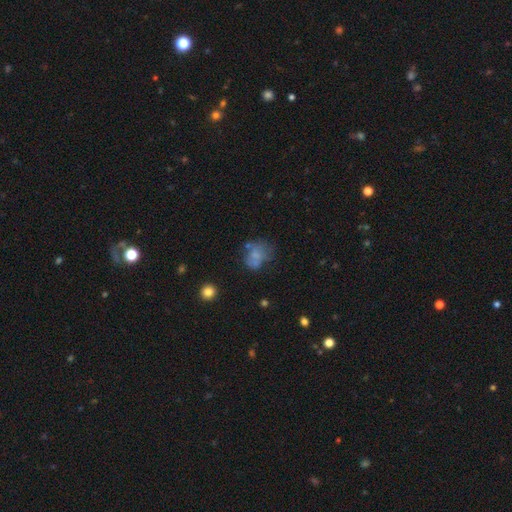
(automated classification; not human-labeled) This is possibly a smooth galaxy (53%). How rounded: possibly in between (52%). Merging: marginally none (38%).